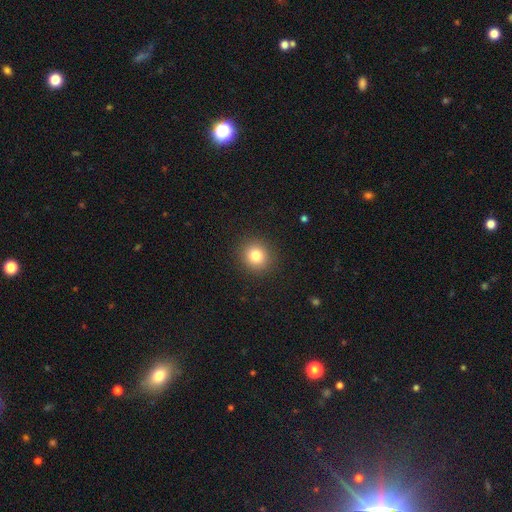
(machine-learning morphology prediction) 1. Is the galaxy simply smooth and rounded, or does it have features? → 81% smooth, 12% star or artifact, 7% featured or disk.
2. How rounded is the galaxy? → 87% round, 13% in between, 1% cigar-shaped.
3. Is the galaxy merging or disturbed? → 91% none, 6% minor disturbance, 2% major disturbance, 1% merger.